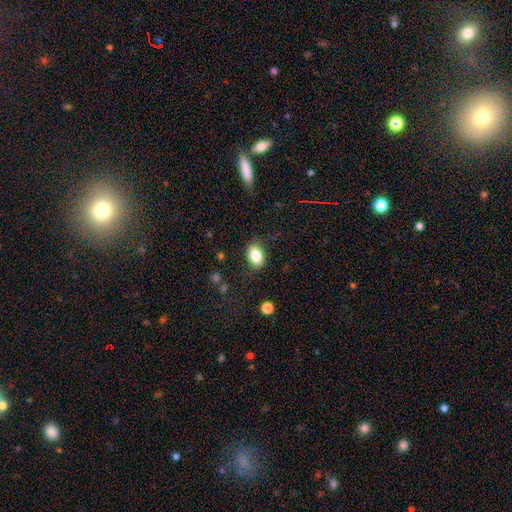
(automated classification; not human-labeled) Smooth or featured?
  - smooth: 84% *
  - star or artifact: 8%
  - featured or disk: 8%
How rounded?
  - in between: 85% *
  - round: 14%
  - cigar-shaped: 1%
Merging?
  - none: 83% *
  - minor disturbance: 12%
  - major disturbance: 3%
  - merger: 1%